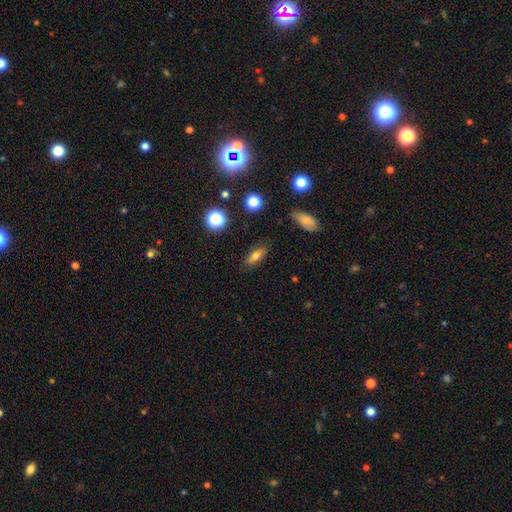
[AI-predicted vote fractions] A smooth galaxy with no disk features (69%) that is in between round and cigar-shaped (73%). Merging: none (85%).